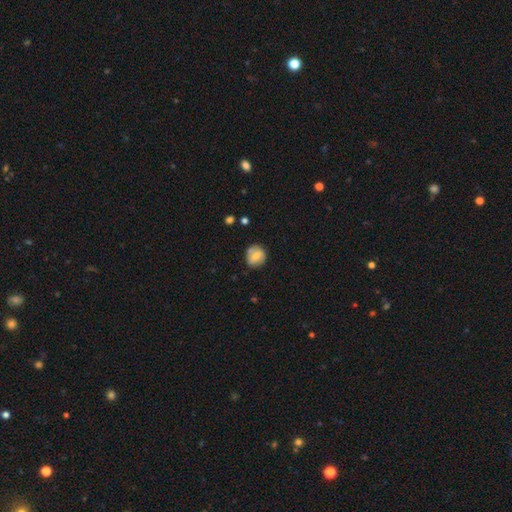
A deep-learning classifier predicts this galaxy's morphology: Q: Smooth or featured?
A: smooth (65%); runner-up: featured or disk (27%)
Q: How rounded?
A: round (76%); runner-up: in between (23%)
Q: Merging?
A: none (68%); runner-up: minor disturbance (20%)